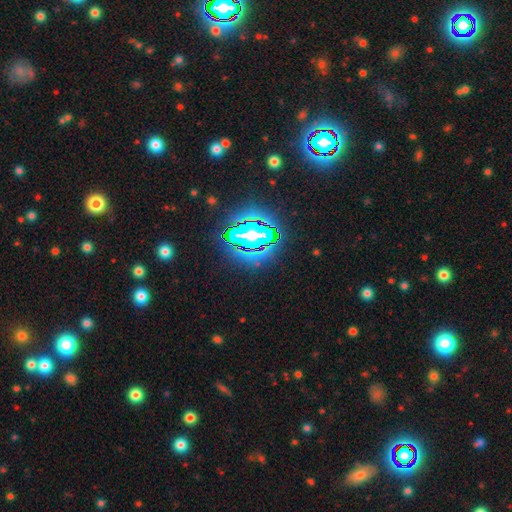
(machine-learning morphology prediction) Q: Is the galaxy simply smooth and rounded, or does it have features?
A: star or artifact — 82%.